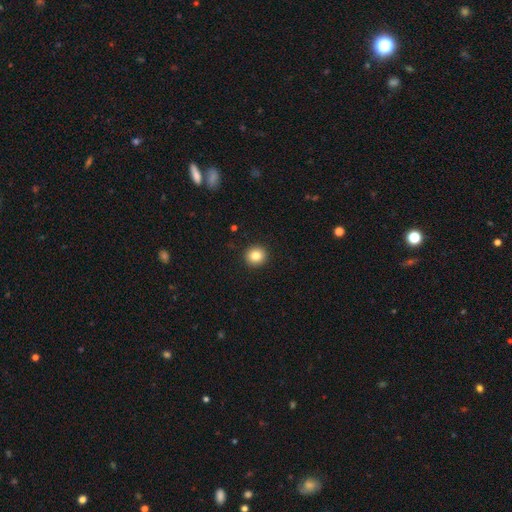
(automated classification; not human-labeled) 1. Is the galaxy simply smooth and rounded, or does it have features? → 83% smooth, 10% star or artifact, 7% featured or disk.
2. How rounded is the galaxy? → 94% round, 5% in between, 1% cigar-shaped.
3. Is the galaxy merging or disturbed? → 93% none, 4% minor disturbance, 2% major disturbance, 1% merger.